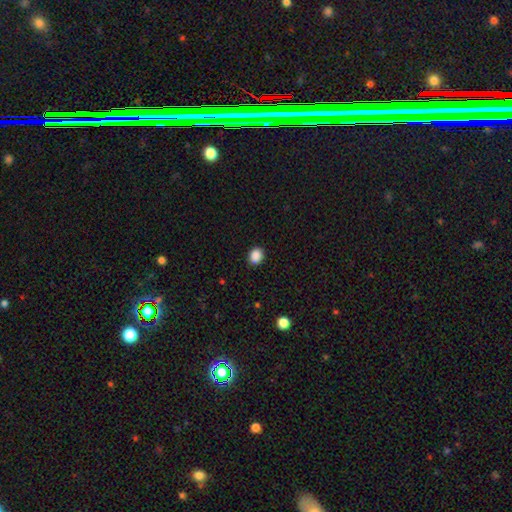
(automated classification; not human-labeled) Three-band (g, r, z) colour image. It shows a smooth galaxy with no disk features (88%) that is round (59%). Merging: none (88%).